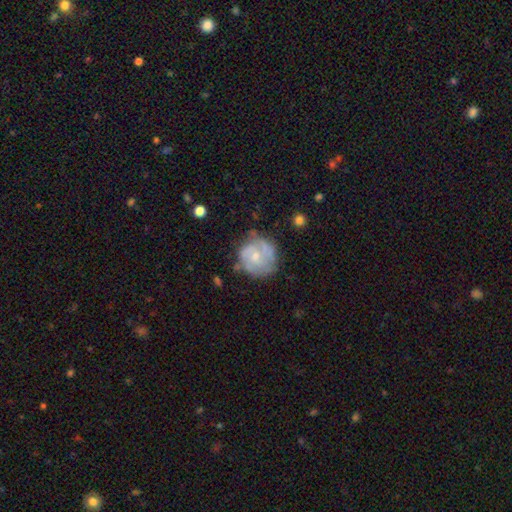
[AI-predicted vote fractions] A featured or disk galaxy (66%) with no bar (75%), can't tell (34%, tied with 2) tight (52%) spiral arms (80%) and a small central bulge (63%).

Vote fractions:
- Smooth or featured? featured or disk: 66% / smooth: 28% / star or artifact: 6%
- Edge-on disk? no: 98% / yes: 2%
- Bar? no: 75% / weak: 22% / strong: 3%
- Spiral arms? yes: 80% / no: 20%
- Spiral winding? tight: 52% / medium: 35% / loose: 12%
- Spiral arm count? can't tell: 34% (tied) / 2: 34% (tied) / 3: 18% / 1: 6% / 4: 5% / more than 4: 3%
- Bulge size? small: 63% / moderate: 30% / none: 4% / large: 1% / dominant: 1%
- Merging? none: 62% / minor disturbance: 24% / major disturbance: 10% / merger: 3%